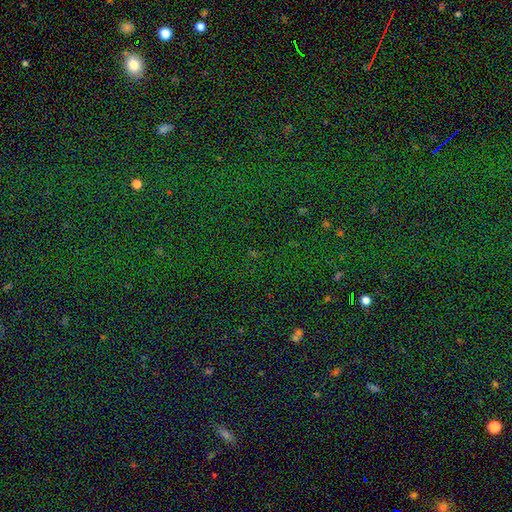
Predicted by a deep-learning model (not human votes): Overall: star or artifact (80%).